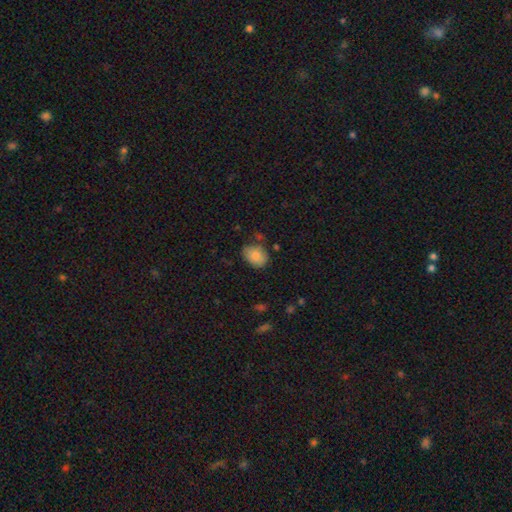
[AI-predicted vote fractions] Q: Smooth or featured?
A: smooth (81%); runner-up: featured or disk (11%)
Q: How rounded?
A: in between (63%); runner-up: round (36%)
Q: Merging?
A: none (64%); runner-up: minor disturbance (26%)